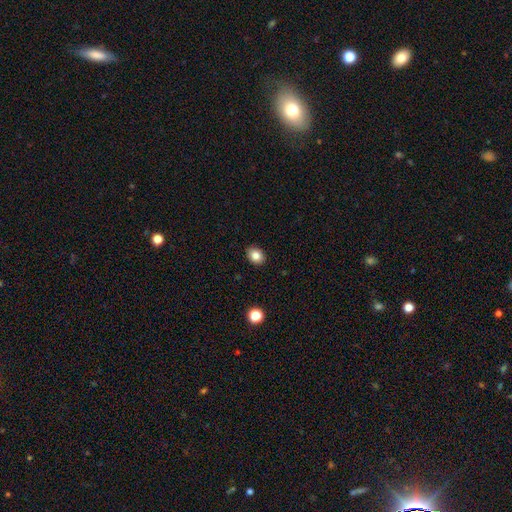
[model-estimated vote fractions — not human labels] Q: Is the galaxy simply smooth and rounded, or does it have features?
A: smooth — 82%.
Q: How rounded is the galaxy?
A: in between — 54%.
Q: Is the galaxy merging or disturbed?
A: none — 90%.